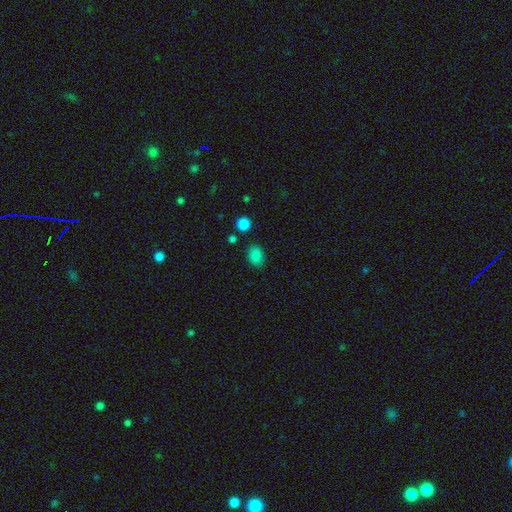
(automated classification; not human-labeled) This appears to be a smooth galaxy with no disk features (85%) that is in between round and cigar-shaped (69%). Merging: none (82%).